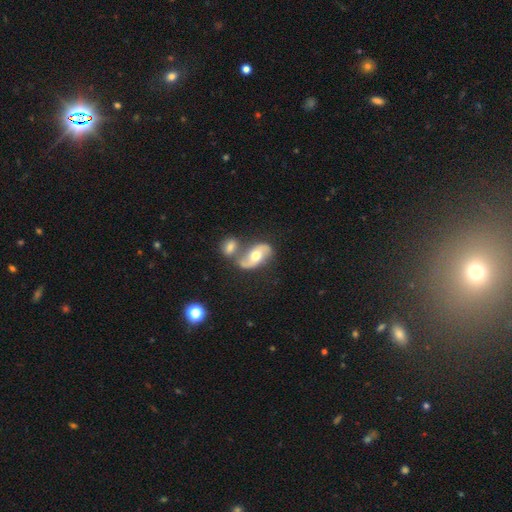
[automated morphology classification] Q: Smooth or featured?
A: featured or disk (70%); runner-up: smooth (24%)
Q: Edge-on disk?
A: no (95%); runner-up: yes (5%)
Q: Bar?
A: no (59%); runner-up: weak (29%)
Q: Spiral arms?
A: yes (88%); runner-up: no (12%)
Q: Spiral winding?
A: loose (61%); runner-up: medium (30%)
Q: Spiral arm count?
A: 2 (91%); runner-up: can't tell (4%)
Q: Bulge size?
A: moderate (75%); runner-up: small (13%)
Q: Merging?
A: merger (41%); runner-up: none (40%)